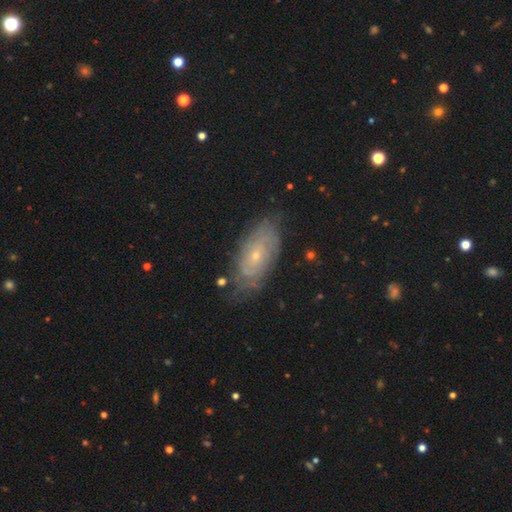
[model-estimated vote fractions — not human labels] Morphology: type=featured or disk (66%); edge-on=no (90%); bar=no (78%); spiral arms=yes (78%); bulge=small (76%); merging=none (72%).